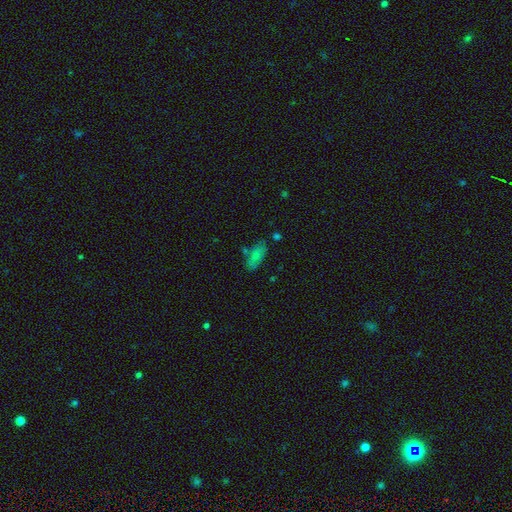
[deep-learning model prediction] smooth_or_featured: smooth (p=0.77) [alt: featured or disk p=0.14]
how_rounded: in between (p=0.84) [alt: cigar-shaped p=0.14]
merging: none (p=0.68) [alt: minor disturbance p=0.18]